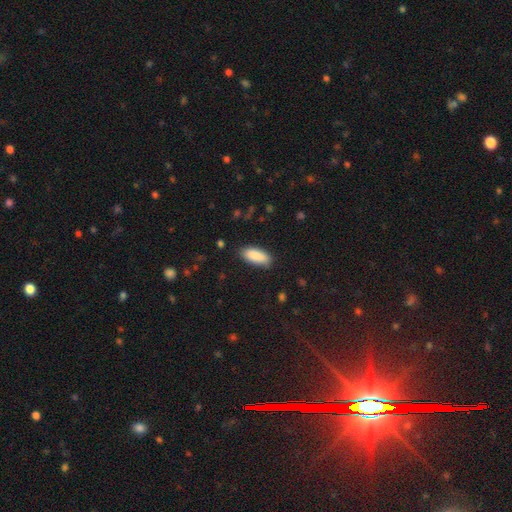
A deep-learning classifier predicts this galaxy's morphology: Q: Smooth or featured?
A: smooth (89%); runner-up: star or artifact (6%)
Q: How rounded?
A: in between (84%); runner-up: cigar-shaped (15%)
Q: Merging?
A: none (85%); runner-up: minor disturbance (11%)